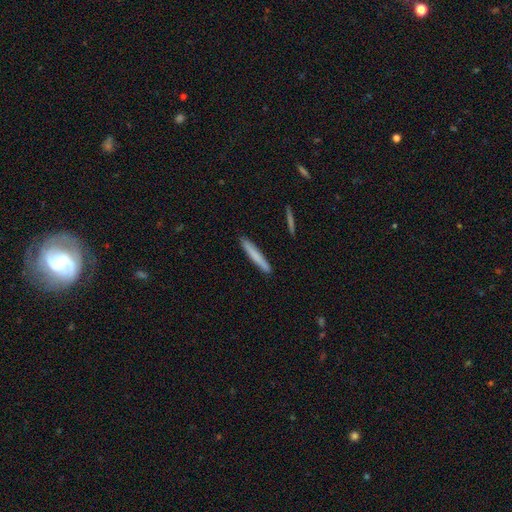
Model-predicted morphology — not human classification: This is likely a smooth galaxy (74%). How rounded: clearly cigar-shaped (96%). Merging: clearly none (91%).